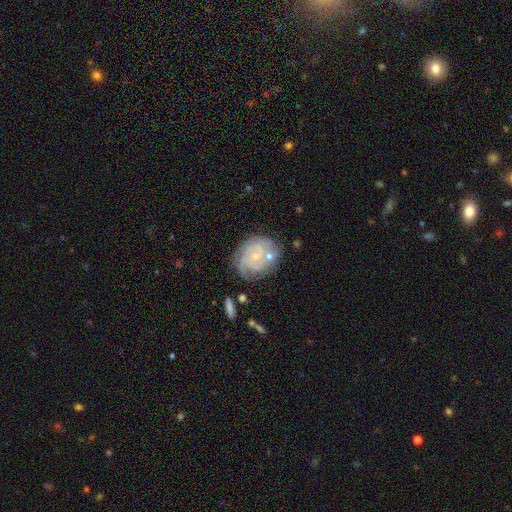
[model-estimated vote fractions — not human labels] This appears to be a featured or disk galaxy (80%) with no bar (73%), tight (71%) spiral arms (94%) and a small central bulge (78%). Merging: none (65%).